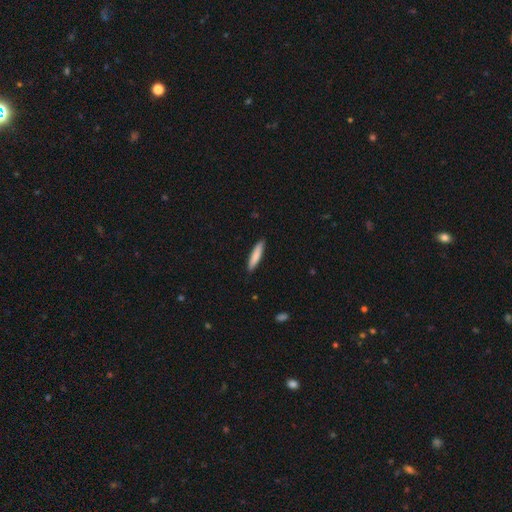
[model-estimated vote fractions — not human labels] smooth_or_featured: smooth (p=0.82) [alt: featured or disk p=0.12]
how_rounded: cigar-shaped (p=0.86) [alt: in between p=0.13]
merging: none (p=0.89) [alt: minor disturbance p=0.08]